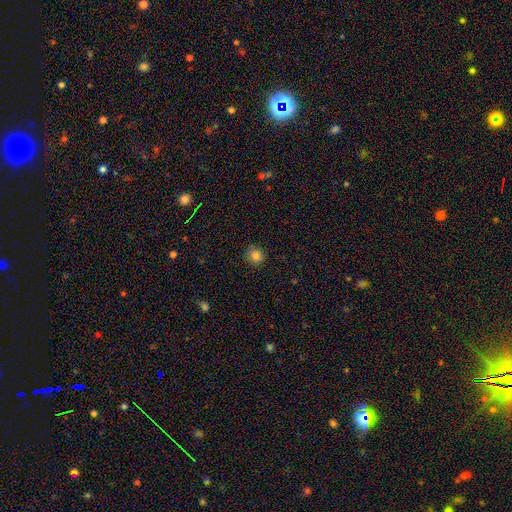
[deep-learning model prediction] Smooth or featured?
  - smooth: 83% *
  - star or artifact: 12%
  - featured or disk: 5%
How rounded?
  - round: 88% *
  - in between: 11%
  - cigar-shaped: 1%
Merging?
  - none: 87% *
  - minor disturbance: 10%
  - major disturbance: 2%
  - merger: 1%